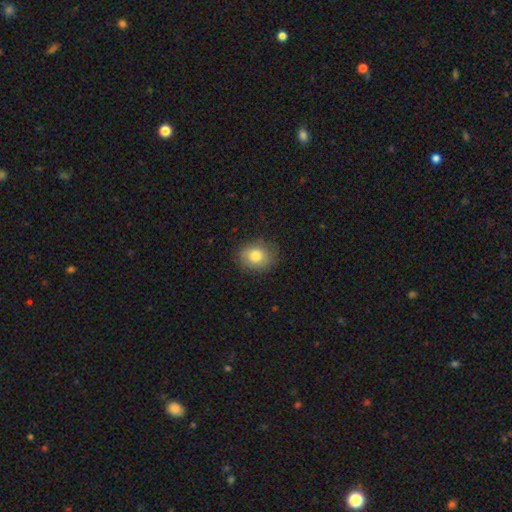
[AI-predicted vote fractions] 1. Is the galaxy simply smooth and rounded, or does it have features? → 80% smooth, 11% featured or disk, 9% star or artifact.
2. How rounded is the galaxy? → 58% round, 41% in between, 1% cigar-shaped.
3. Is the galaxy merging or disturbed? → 83% none, 13% minor disturbance, 3% major disturbance, 1% merger.